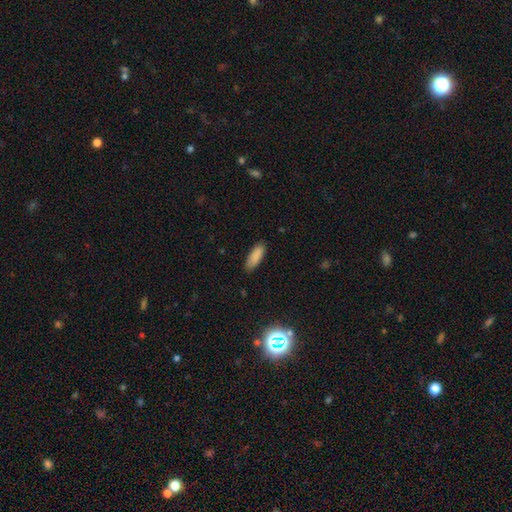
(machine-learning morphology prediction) This appears to be a smooth galaxy with no disk features (88%) that is in between round and cigar-shaped (62%). Merging: none (84%).